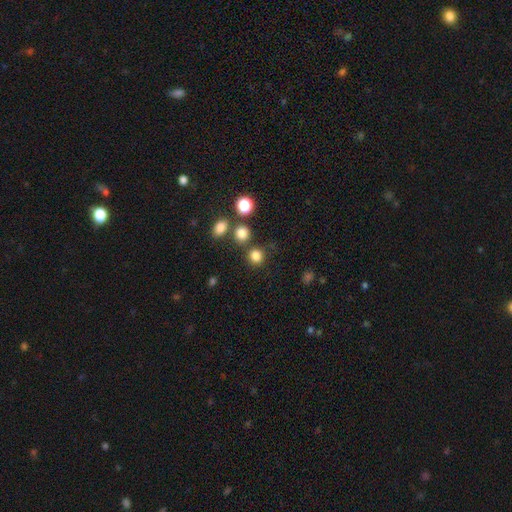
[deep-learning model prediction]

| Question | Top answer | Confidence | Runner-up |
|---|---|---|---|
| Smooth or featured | smooth | 81% | star or artifact (14%) |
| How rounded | round | 88% | in between (11%) |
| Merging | none | 77% | merger (11%) |